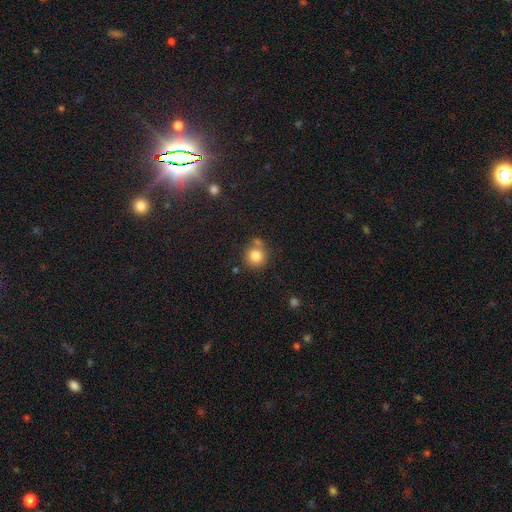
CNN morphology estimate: smooth-or-featured: smooth: 81% | star or artifact: 11% | featured or disk: 8%
  how-rounded: round: 91% | in between: 8% | cigar-shaped: 1%
  merging: none: 68% | merger: 16% | minor disturbance: 12% | major disturbance: 4%